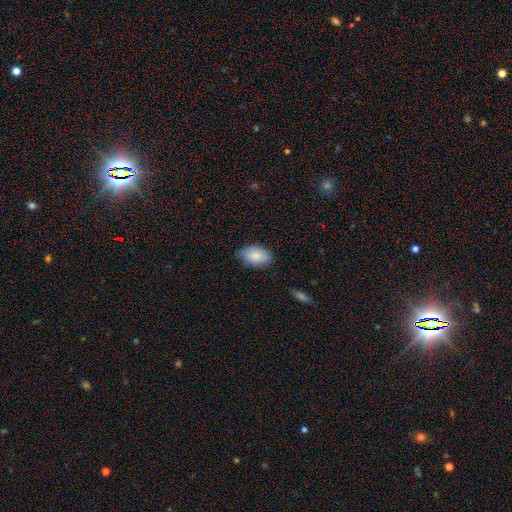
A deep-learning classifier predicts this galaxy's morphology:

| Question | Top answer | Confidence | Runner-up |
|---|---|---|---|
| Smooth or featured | smooth | 84% | featured or disk (10%) |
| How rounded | in between | 92% | round (6%) |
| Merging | none | 76% | minor disturbance (20%) |